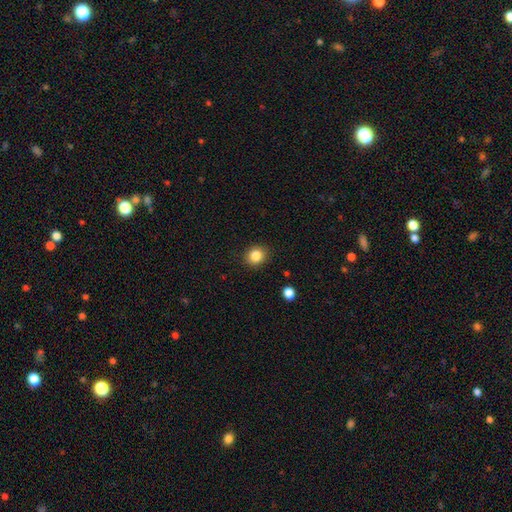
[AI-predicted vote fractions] Smooth or featured: smooth — 85% (star or artifact — 11%)
How rounded: round — 80% (in between — 19%)
Merging: none — 89% (minor disturbance — 8%)